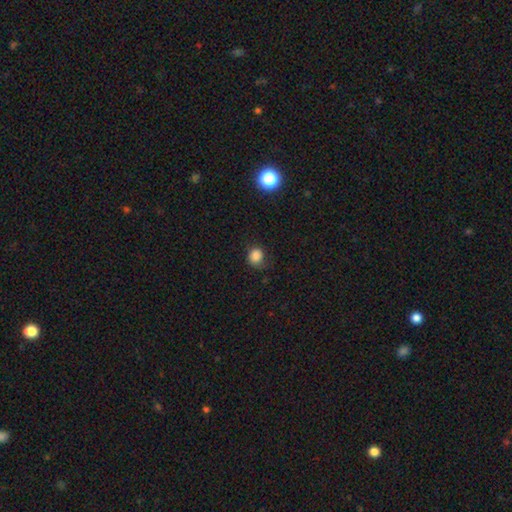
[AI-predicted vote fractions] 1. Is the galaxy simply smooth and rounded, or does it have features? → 83% smooth, 12% star or artifact, 4% featured or disk.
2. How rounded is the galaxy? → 77% round, 22% in between, 1% cigar-shaped.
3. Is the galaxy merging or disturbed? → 71% none, 21% minor disturbance, 7% major disturbance, 1% merger.